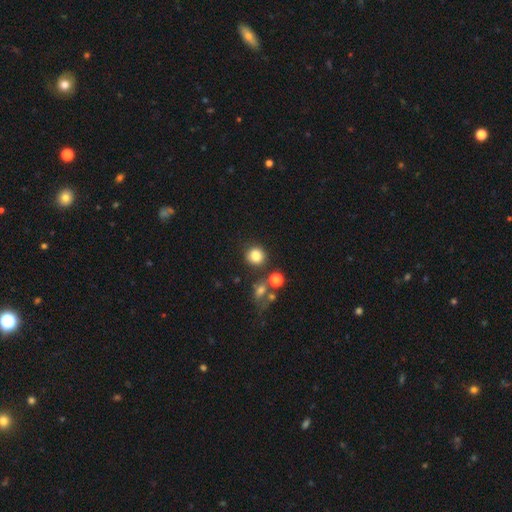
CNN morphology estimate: This appears to be a smooth galaxy with no disk features (83%) that is round (85%). Merging: none (76%).